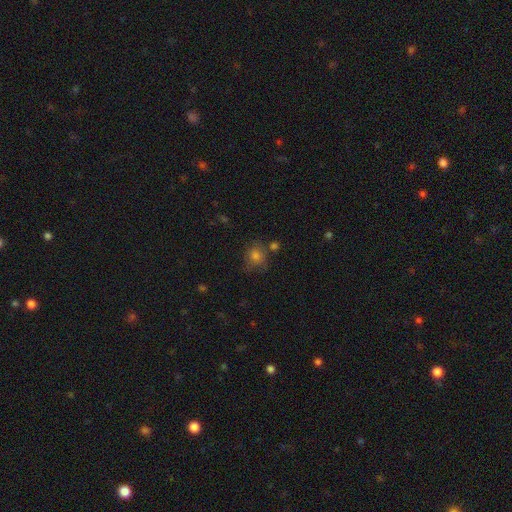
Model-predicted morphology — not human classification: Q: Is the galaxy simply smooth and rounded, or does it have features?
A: smooth — 75%.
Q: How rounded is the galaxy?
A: round — 69%.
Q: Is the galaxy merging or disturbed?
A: none — 59%.